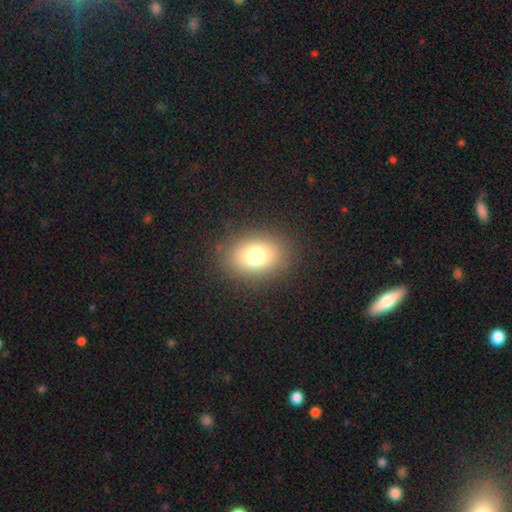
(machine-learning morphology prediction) smooth 75%, star or artifact 14%, featured or disk 11%. Down the decision tree: how rounded — in between (61%); merging — none (86%).